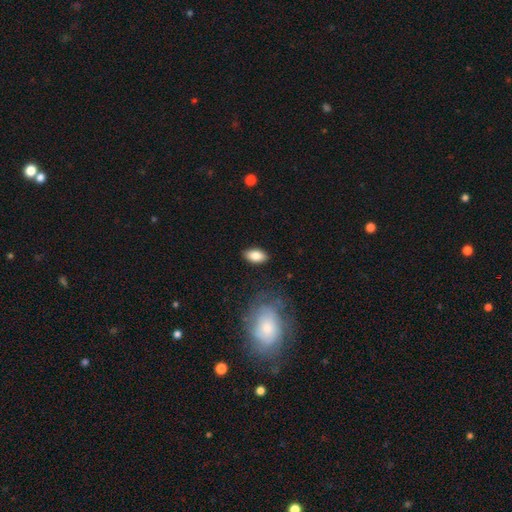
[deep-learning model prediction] Overall: smooth (85%). How rounded: in between (91%). Merging: none (87%).